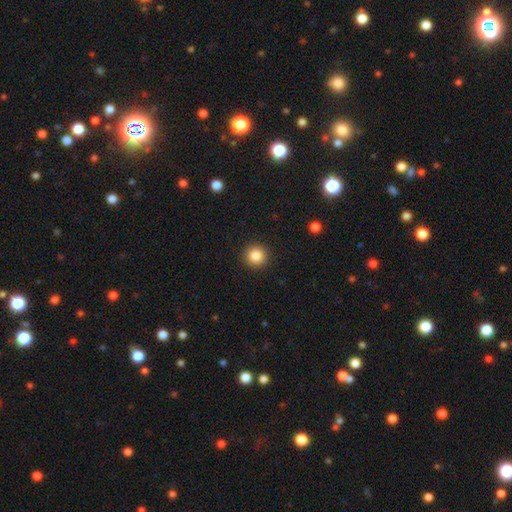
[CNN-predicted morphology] smooth 86%, star or artifact 10%, featured or disk 4%. Down the decision tree: how rounded — round (94%); merging — none (92%).